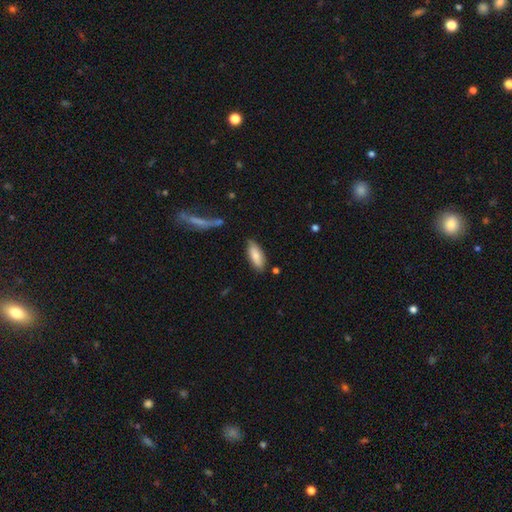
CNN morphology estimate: smooth 78%, featured or disk 16%, star or artifact 6%. Down the decision tree: how rounded — in between (76%); merging — none (77%).